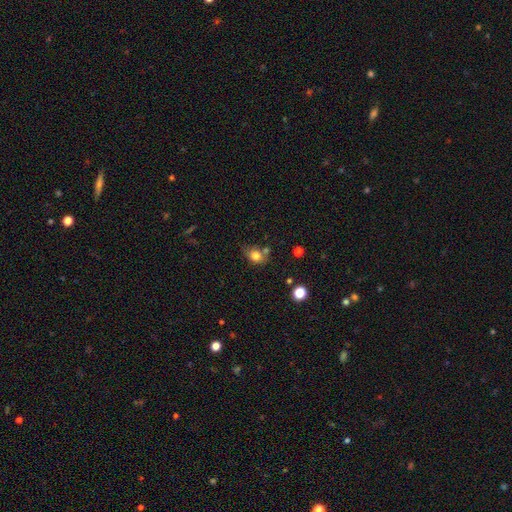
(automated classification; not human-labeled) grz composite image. It shows a smooth galaxy with no disk features (79%) that is round (51%). Merging: none (58%).